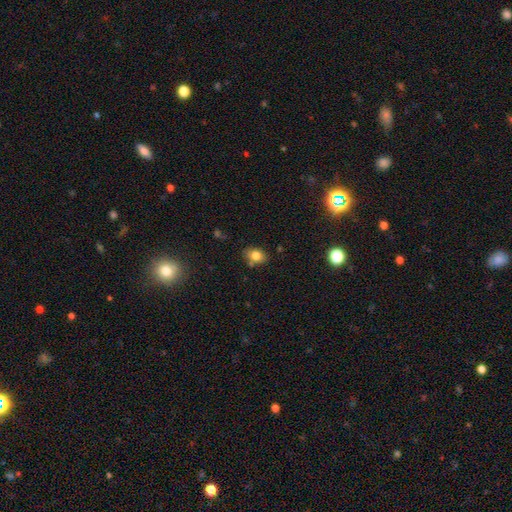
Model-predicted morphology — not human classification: The model was most divided on "how rounded": in between: 66%, round: 32%, cigar-shaped: 1%. More confident: smooth or featured — smooth (79%); merging — none (76%).